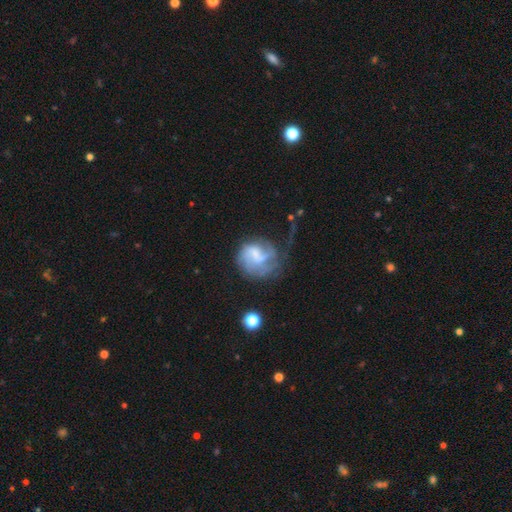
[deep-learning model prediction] This is possibly a featured or disk galaxy (59%). It is clearly not viewed edge-on (98%). Bar: possibly no (49%). Spiral arm pattern: likely yes (72%). Central bulge: marginally none (44%). Merging: marginally major disturbance (39%).